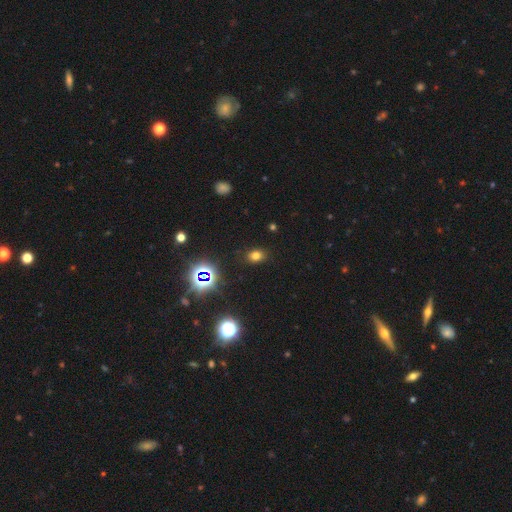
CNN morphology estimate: Q: Smooth or featured?
A: smooth (70%); runner-up: star or artifact (23%)
Q: How rounded?
A: in between (58%); runner-up: round (40%)
Q: Merging?
A: none (86%); runner-up: minor disturbance (9%)